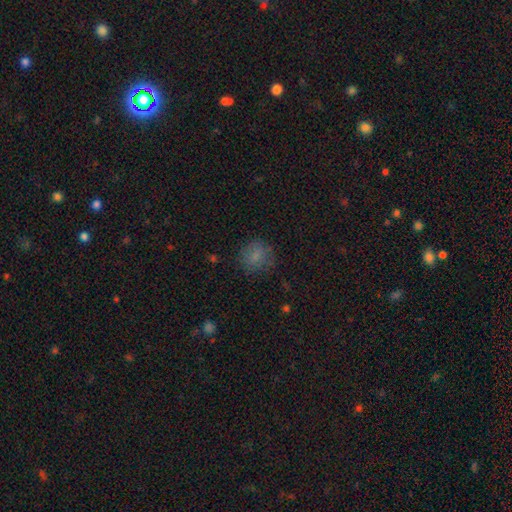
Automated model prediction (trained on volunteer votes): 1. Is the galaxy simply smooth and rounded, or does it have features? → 79% smooth, 11% star or artifact, 9% featured or disk.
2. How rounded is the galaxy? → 82% round, 17% in between, 1% cigar-shaped.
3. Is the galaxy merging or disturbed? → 77% none, 16% minor disturbance, 6% major disturbance, 1% merger.